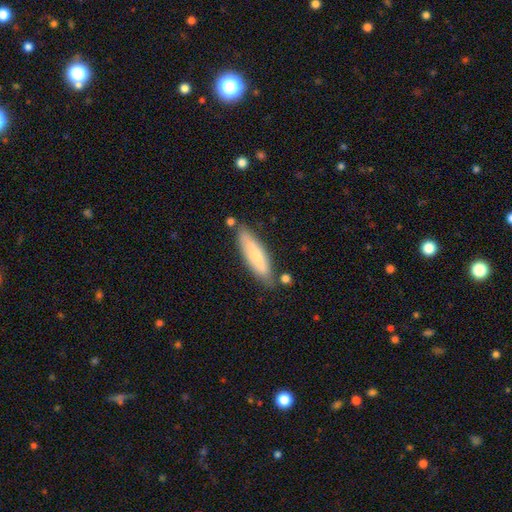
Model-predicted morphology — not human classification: Overall: smooth (67%; featured or disk 28%). How rounded: cigar-shaped (70%). Merging: none (76%).